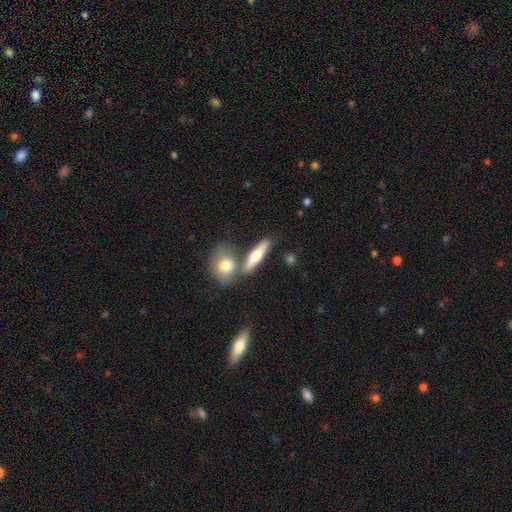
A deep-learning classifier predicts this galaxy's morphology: smooth-or-featured: smooth: 63% | featured or disk: 31% | star or artifact: 6%
  how-rounded: cigar-shaped: 61% | in between: 33% | round: 7%
  merging: none: 63% | merger: 23% | minor disturbance: 11% | major disturbance: 4%